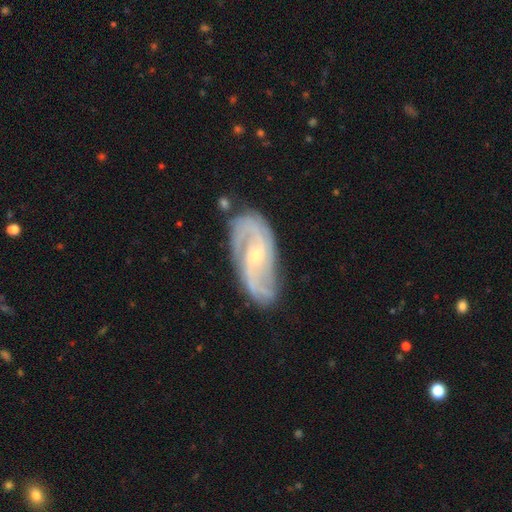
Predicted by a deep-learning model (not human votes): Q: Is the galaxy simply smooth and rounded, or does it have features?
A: featured or disk — 84%.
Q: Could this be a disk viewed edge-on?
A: no — 95%.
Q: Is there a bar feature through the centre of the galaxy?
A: weak — 45%.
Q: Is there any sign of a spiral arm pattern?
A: yes — 95%.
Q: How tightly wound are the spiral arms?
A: medium — 45%.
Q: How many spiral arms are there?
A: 2 — 56%.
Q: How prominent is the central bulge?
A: small — 69%.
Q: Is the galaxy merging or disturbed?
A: none — 73%.